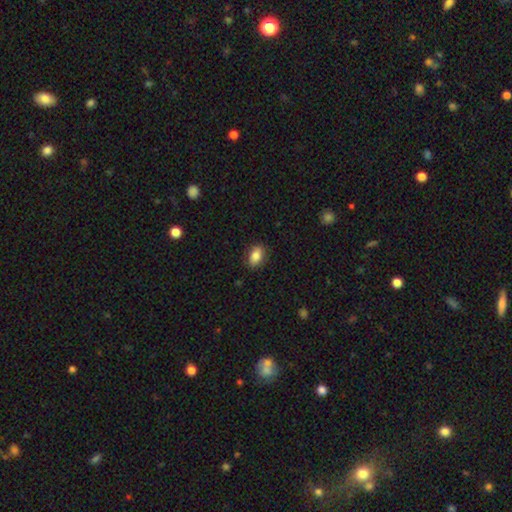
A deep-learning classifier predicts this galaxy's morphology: Smooth or featured: smooth — 85% (star or artifact — 8%)
How rounded: in between — 87% (round — 11%)
Merging: none — 87% (minor disturbance — 10%)